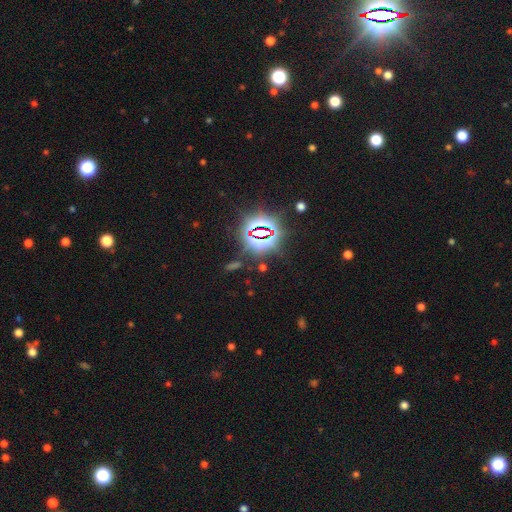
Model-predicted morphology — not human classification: Overall: star or artifact (85%).